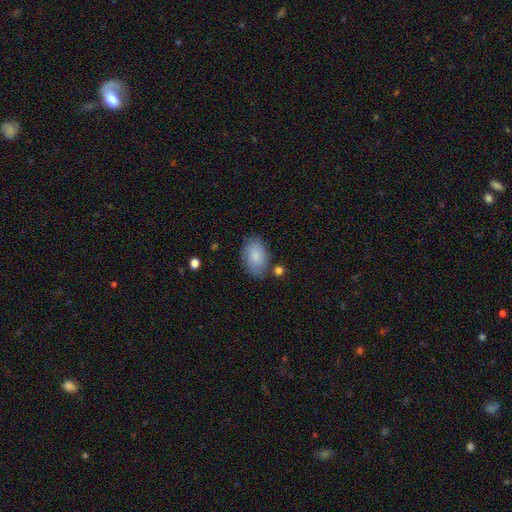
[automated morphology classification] smooth 81%, featured or disk 13%, star or artifact 7%. Down the decision tree: how rounded — in between (89%); merging — none (73%).